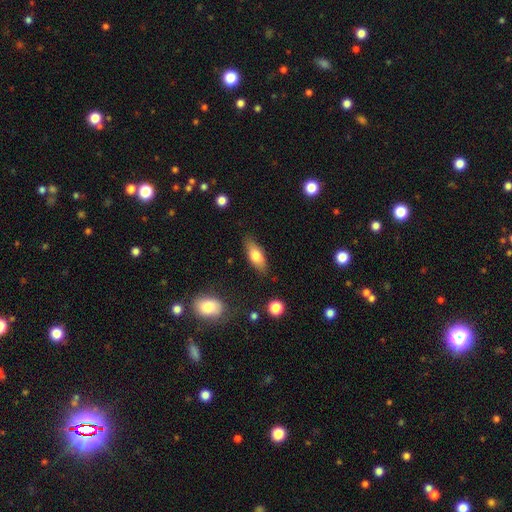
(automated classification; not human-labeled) The model was most divided on "smooth or featured": smooth: 69%, featured or disk: 24%, star or artifact: 7%. More confident: merging — none (82%); how rounded — in between (73%).